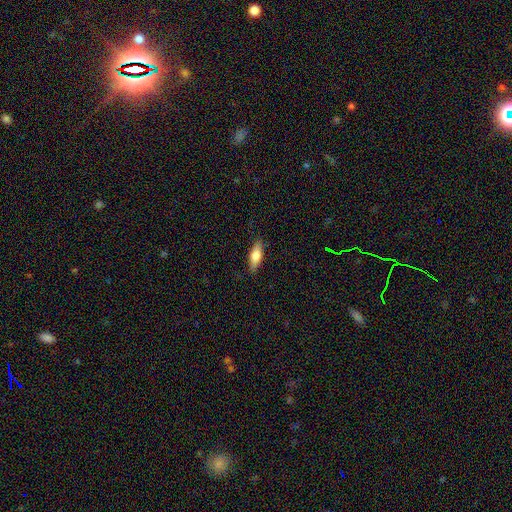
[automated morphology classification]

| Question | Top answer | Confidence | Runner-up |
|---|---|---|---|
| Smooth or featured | smooth | 68% | featured or disk (26%) |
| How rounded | in between | 63% | cigar-shaped (34%) |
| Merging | none | 85% | minor disturbance (12%) |